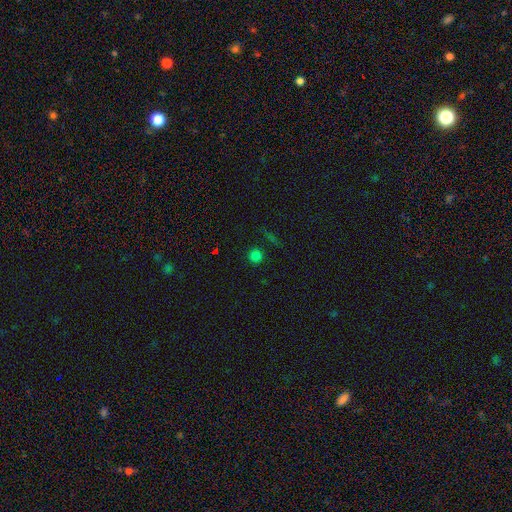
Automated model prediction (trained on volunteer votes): A smooth galaxy with no disk features (74%) that is round (94%).

Vote fractions:
- Smooth or featured? smooth: 74% / star or artifact: 22% / featured or disk: 4%
- How rounded? round: 94% / in between: 5% / cigar-shaped: 1%
- Merging? none: 88% / minor disturbance: 7% / major disturbance: 3% / merger: 2%